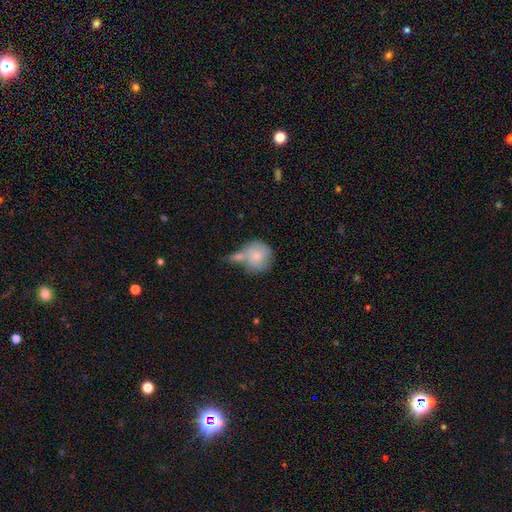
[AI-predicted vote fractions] smooth 75%, featured or disk 18%, star or artifact 7%. Down the decision tree: how rounded — round (89%); merging — merger (40%).